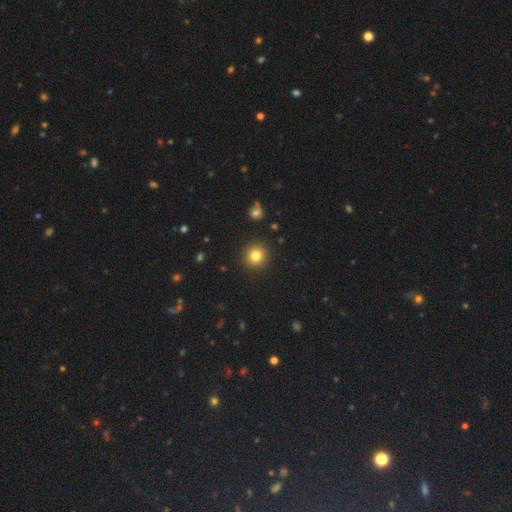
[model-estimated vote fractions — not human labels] Smooth or featured? smooth (81%)
How rounded? round (93%)
Merging? none (92%)